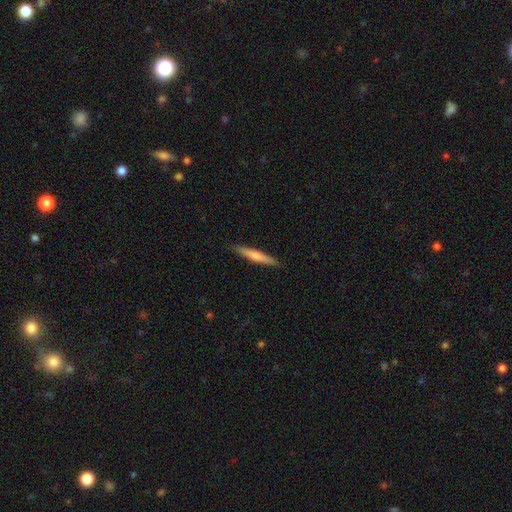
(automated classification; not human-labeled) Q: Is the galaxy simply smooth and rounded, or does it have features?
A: smooth — 63%.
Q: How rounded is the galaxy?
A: cigar-shaped — 94%.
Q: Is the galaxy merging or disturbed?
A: none — 91%.